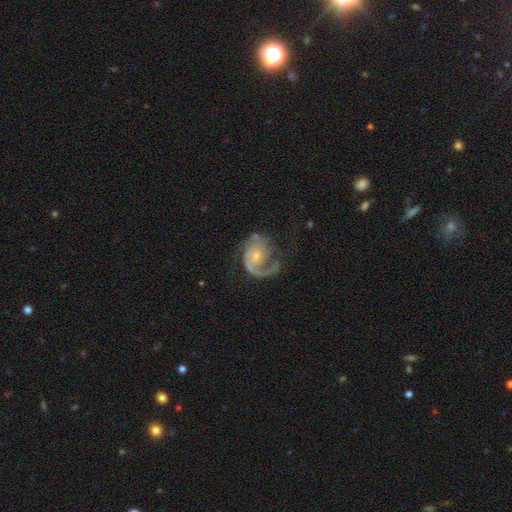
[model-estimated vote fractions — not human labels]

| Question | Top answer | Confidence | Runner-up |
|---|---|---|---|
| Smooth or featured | featured or disk | 85% | smooth (9%) |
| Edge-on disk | no | 98% | yes (2%) |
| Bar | no | 68% | weak (27%) |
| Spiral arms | yes | 95% | no (5%) |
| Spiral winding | medium | 45% | tight (32%) |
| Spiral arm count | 1 | 59% | 2 (31%) |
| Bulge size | small | 55% | moderate (34%) |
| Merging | none | 54% | major disturbance (25%) |